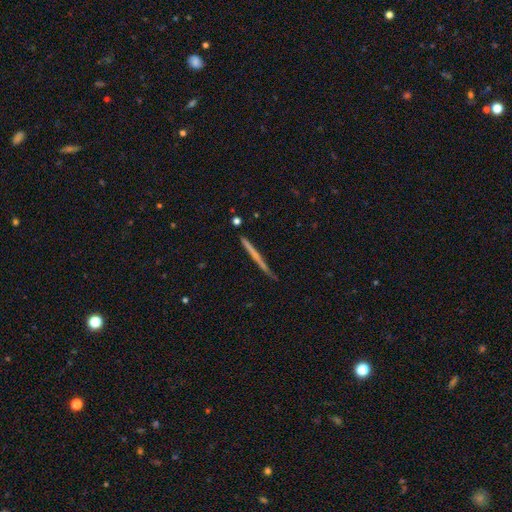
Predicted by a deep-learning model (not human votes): Q: Smooth or featured?
A: featured or disk (53%); runner-up: smooth (41%)
Q: Edge-on disk?
A: yes (97%); runner-up: no (3%)
Q: Edge-on bulge?
A: none (88%); runner-up: rounded (8%)
Q: Merging?
A: none (86%); runner-up: minor disturbance (11%)